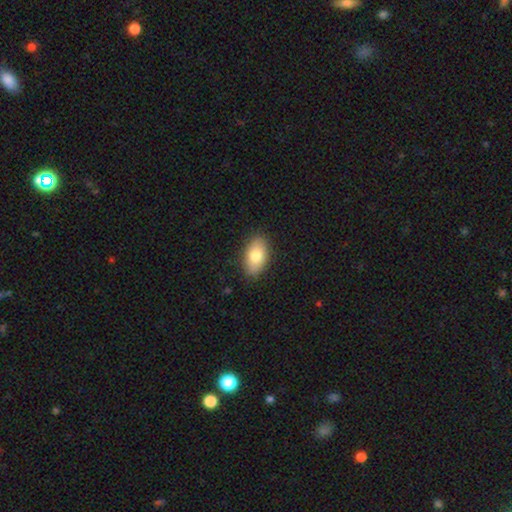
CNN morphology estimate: type=smooth (80%); roundness=in between (93%); merging=none (87%).